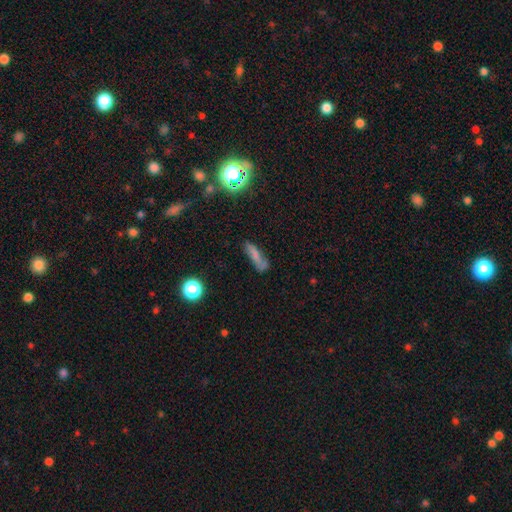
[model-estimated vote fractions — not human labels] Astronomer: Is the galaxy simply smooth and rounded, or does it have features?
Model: smooth — 64%.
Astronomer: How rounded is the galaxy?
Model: cigar-shaped — 64%.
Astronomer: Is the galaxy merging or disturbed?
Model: none — 52%.